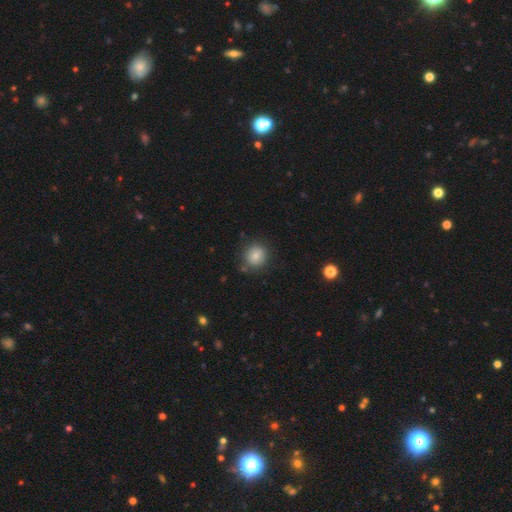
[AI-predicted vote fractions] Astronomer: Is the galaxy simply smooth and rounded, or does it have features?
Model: smooth — 82%.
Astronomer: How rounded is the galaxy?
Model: round — 88%.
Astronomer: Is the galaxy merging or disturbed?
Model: none — 84%.